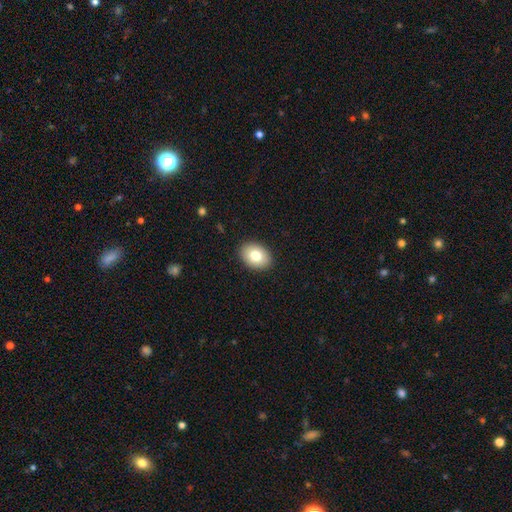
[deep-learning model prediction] Q: Smooth or featured?
A: smooth (78%); runner-up: featured or disk (13%)
Q: How rounded?
A: in between (77%); runner-up: round (22%)
Q: Merging?
A: none (90%); runner-up: minor disturbance (7%)